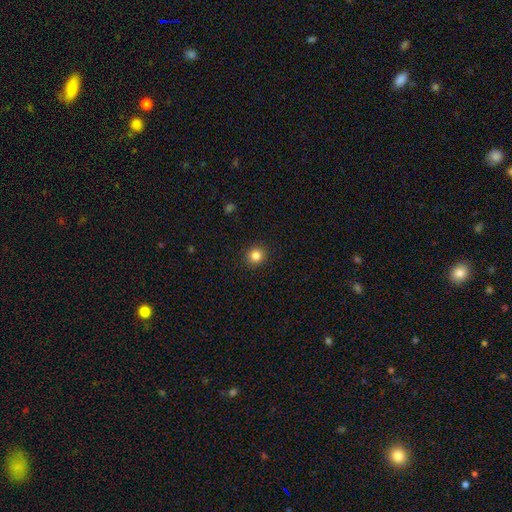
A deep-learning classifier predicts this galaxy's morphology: A smooth galaxy with no disk features (84%) that is round (91%).

Vote fractions:
- Smooth or featured? smooth: 84% / star or artifact: 11% / featured or disk: 5%
- How rounded? round: 91% / in between: 8% / cigar-shaped: 1%
- Merging? none: 92% / minor disturbance: 5% / major disturbance: 2% / merger: 1%